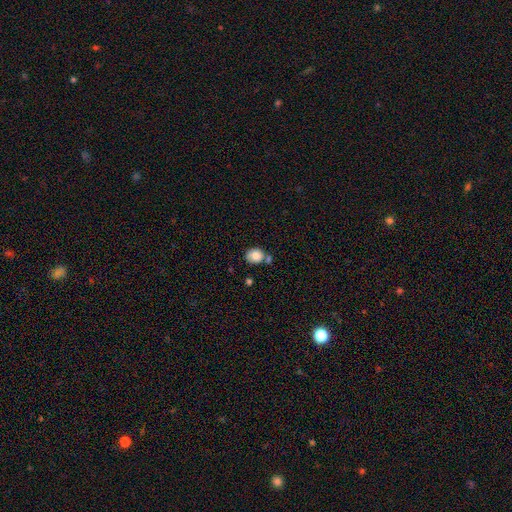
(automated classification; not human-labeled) Smooth or featured: smooth — 82% (featured or disk — 10%)
How rounded: round — 65% (in between — 34%)
Merging: none — 55% (merger — 21%)